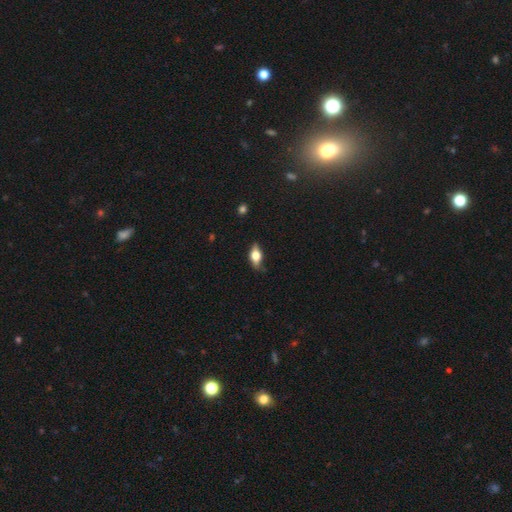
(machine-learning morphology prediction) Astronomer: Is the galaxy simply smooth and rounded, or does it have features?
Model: smooth — 53% (runner-up: featured or disk, 38%).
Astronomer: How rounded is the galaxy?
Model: in between — 78%.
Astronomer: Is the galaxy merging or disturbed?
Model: none — 70%.